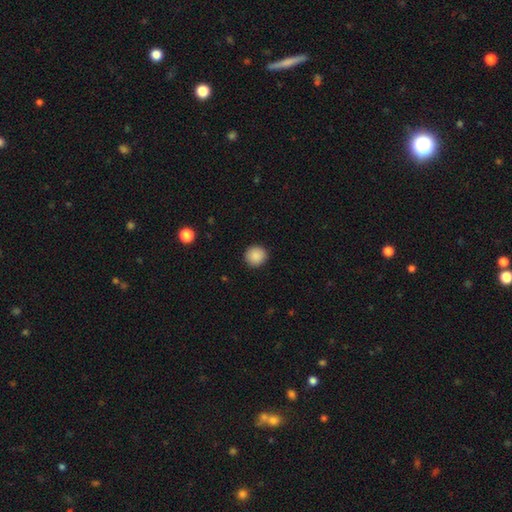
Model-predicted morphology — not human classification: smooth 89%, star or artifact 8%, featured or disk 3%. Down the decision tree: how rounded — round (93%); merging — none (92%).